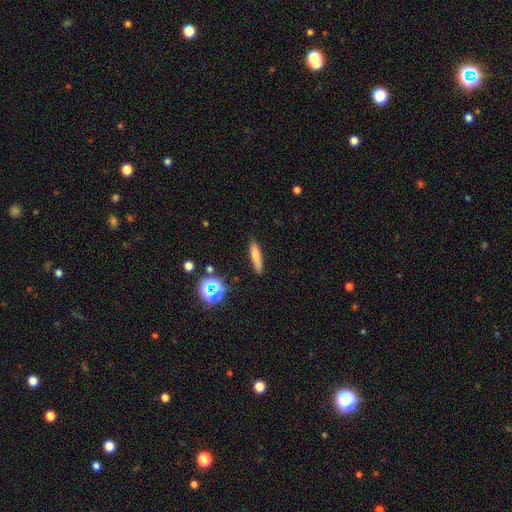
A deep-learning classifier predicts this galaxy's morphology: type=smooth (72%); roundness=cigar-shaped (78%); merging=none (84%).